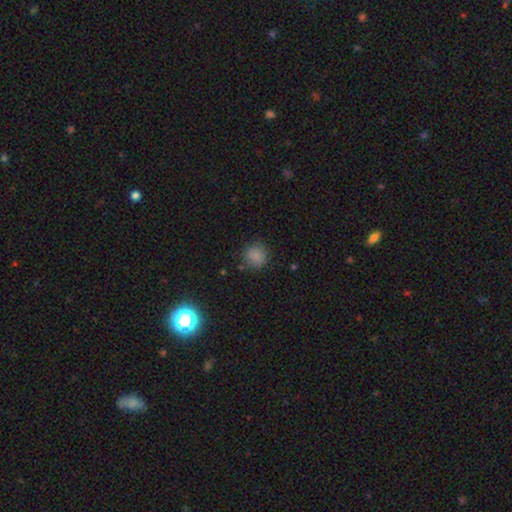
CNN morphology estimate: smooth_or_featured: smooth (p=0.82) [alt: star or artifact p=0.12]
how_rounded: round (p=0.90) [alt: in between p=0.09]
merging: none (p=0.82) [alt: minor disturbance p=0.12]